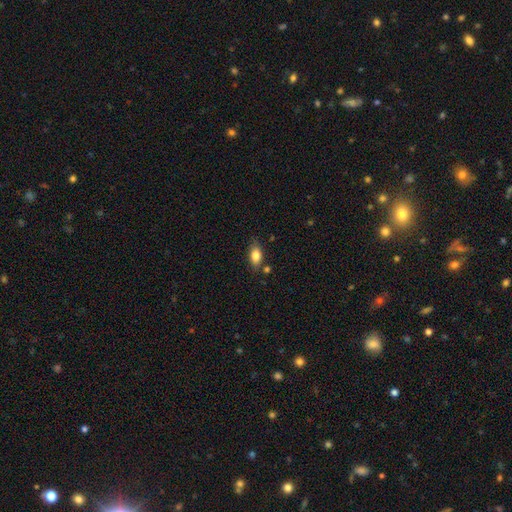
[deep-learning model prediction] Smooth or featured? smooth (82%)
How rounded? in between (87%)
Merging? none (75%)